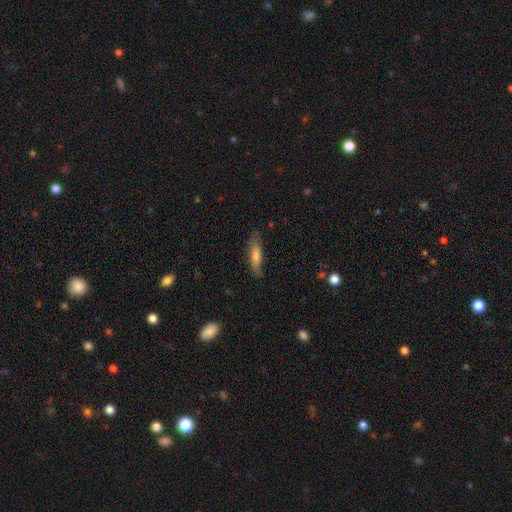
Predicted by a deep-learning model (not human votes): Smooth or featured? smooth (64%)
How rounded? cigar-shaped (76%)
Merging? none (77%)